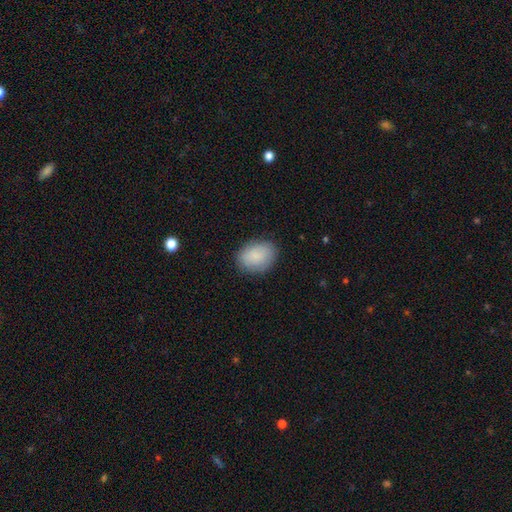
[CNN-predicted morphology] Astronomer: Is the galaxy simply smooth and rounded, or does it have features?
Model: smooth — 84%.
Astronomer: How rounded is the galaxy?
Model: in between — 69%.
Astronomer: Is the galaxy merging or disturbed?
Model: none — 83%.